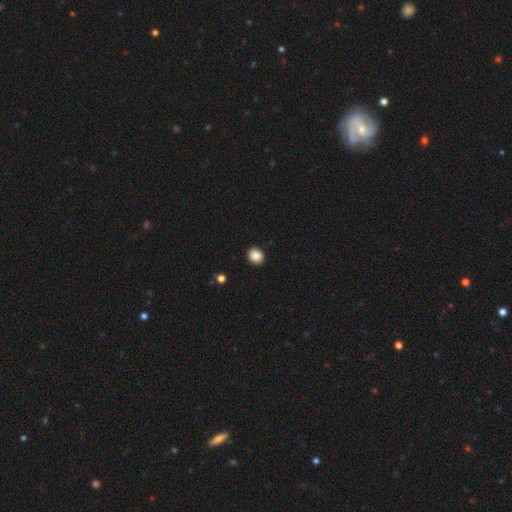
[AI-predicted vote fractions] A smooth galaxy with no disk features (88%) that is round (77%).

Vote fractions:
- Smooth or featured? smooth: 88% / star or artifact: 9% / featured or disk: 3%
- How rounded? round: 77% / in between: 22% / cigar-shaped: 1%
- Merging? none: 91% / minor disturbance: 6% / major disturbance: 2% / merger: 1%